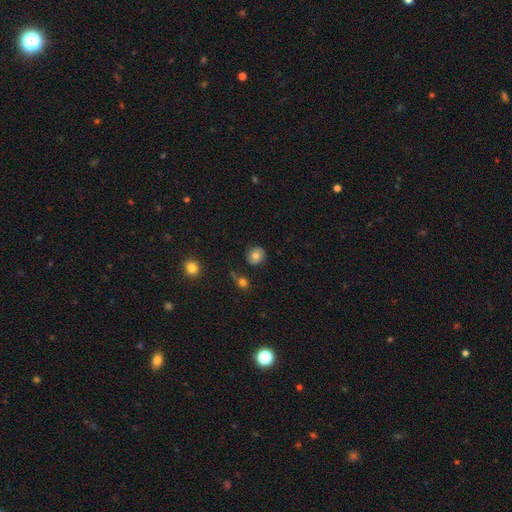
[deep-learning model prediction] smooth-or-featured: smooth: 71% | featured or disk: 19% | star or artifact: 10%
  how-rounded: round: 85% | in between: 14% | cigar-shaped: 1%
  merging: none: 78% | minor disturbance: 14% | major disturbance: 4% | merger: 4%